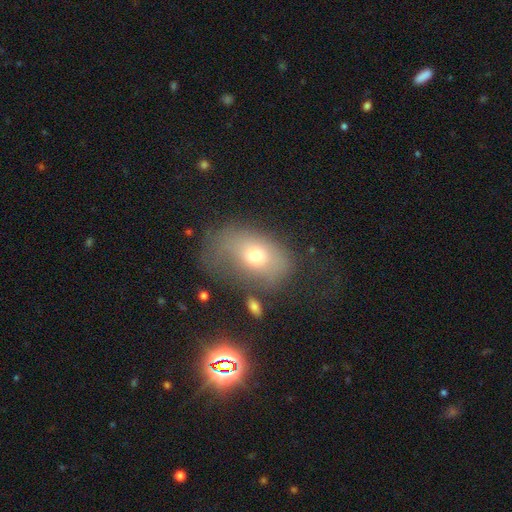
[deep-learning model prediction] Smooth or featured?
  - smooth: 62% *
  - featured or disk: 25%
  - star or artifact: 12%
How rounded?
  - in between: 78% *
  - round: 21%
  - cigar-shaped: 1%
Merging?
  - none: 38% *
  - major disturbance: 31%
  - minor disturbance: 27%
  - merger: 5%